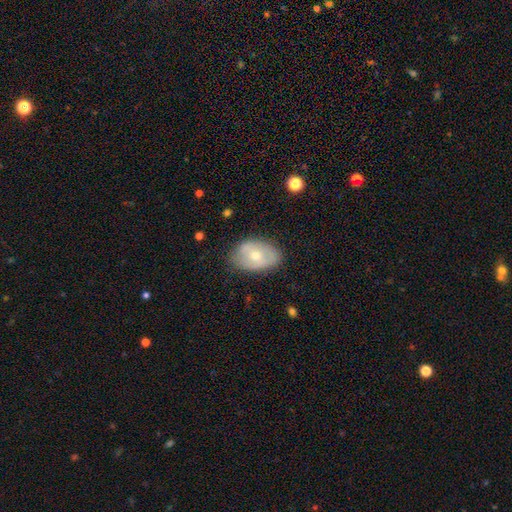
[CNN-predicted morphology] smooth-or-featured: smooth: 50% | featured or disk: 43% | star or artifact: 6%
  how-rounded: in between: 86% | round: 13% | cigar-shaped: 1%
  merging: none: 75% | minor disturbance: 19% | major disturbance: 5% | merger: 1%